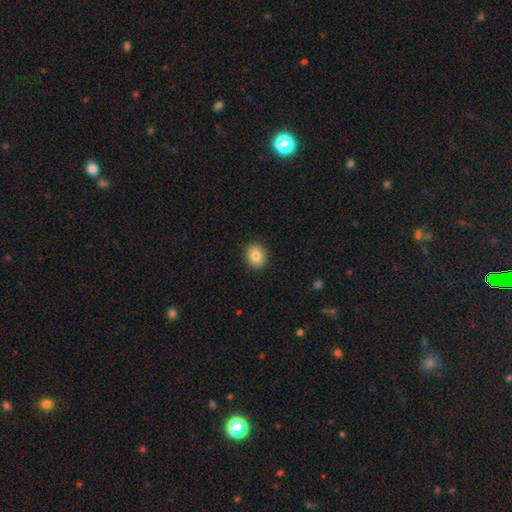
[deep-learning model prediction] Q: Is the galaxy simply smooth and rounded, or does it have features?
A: smooth — 84%.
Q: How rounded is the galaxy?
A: round — 67%.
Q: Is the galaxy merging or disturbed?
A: none — 91%.